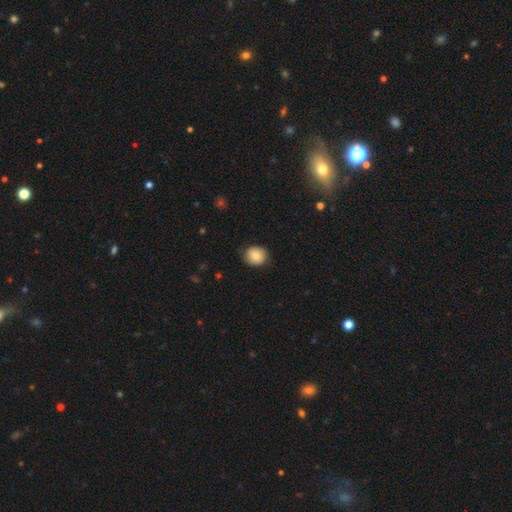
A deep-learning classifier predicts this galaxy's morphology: smooth_or_featured: smooth (p=0.82) [alt: featured or disk p=0.10]
how_rounded: round (p=0.70) [alt: in between p=0.29]
merging: none (p=0.79) [alt: minor disturbance p=0.17]